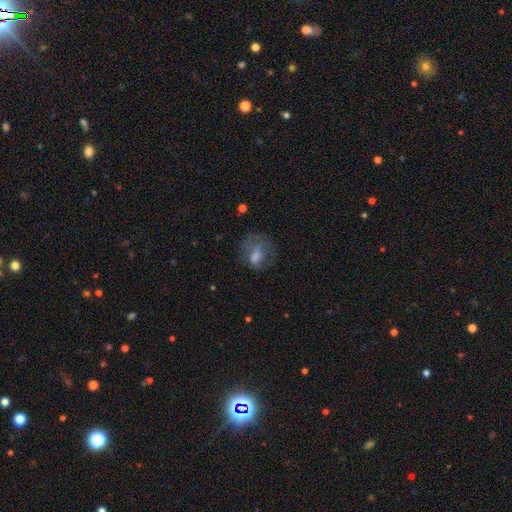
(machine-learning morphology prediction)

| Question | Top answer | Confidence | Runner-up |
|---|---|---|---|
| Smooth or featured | smooth | 45% | featured or disk (40%) |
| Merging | none | 52% | major disturbance (25%) |